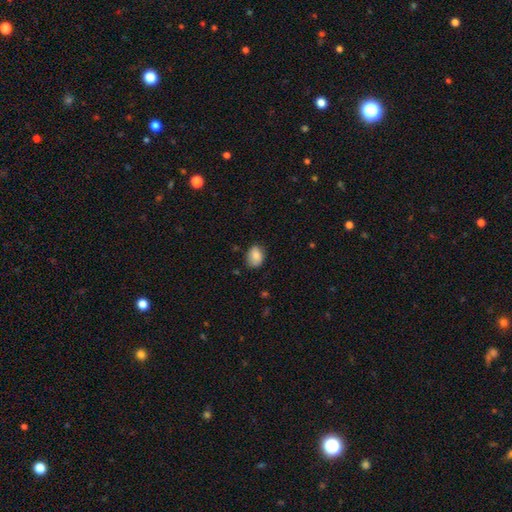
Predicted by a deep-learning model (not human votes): Smooth or featured?
  - smooth: 83% *
  - featured or disk: 9%
  - star or artifact: 8%
How rounded?
  - in between: 70% *
  - round: 29%
  - cigar-shaped: 1%
Merging?
  - none: 74% *
  - minor disturbance: 21%
  - major disturbance: 4%
  - merger: 2%